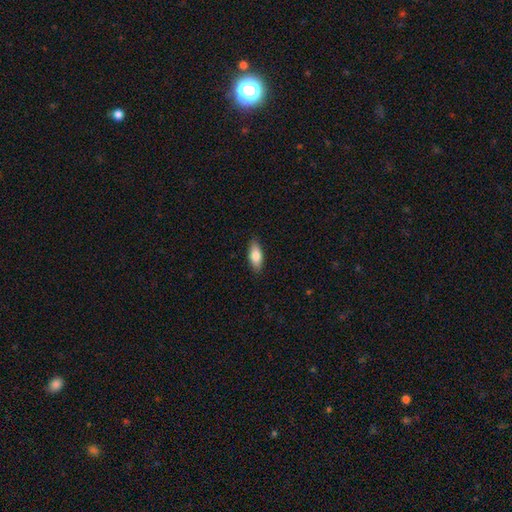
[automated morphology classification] Smooth or featured? smooth (80%)
How rounded? in between (81%)
Merging? none (87%)